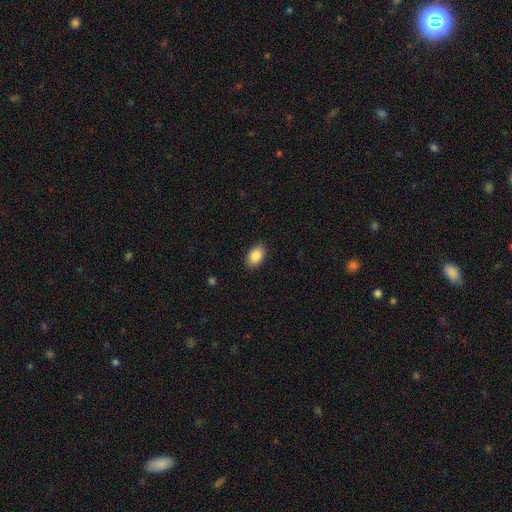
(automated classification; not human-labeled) Smooth or featured? Predicted: smooth (p=0.87). How rounded? Predicted: in between (p=0.89). Merging? Predicted: none (p=0.89).